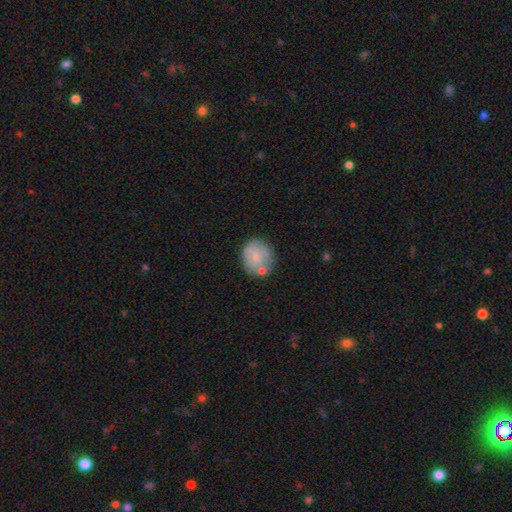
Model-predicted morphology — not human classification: Overall: smooth (73%). How rounded: round (82%). Merging: none (63%).